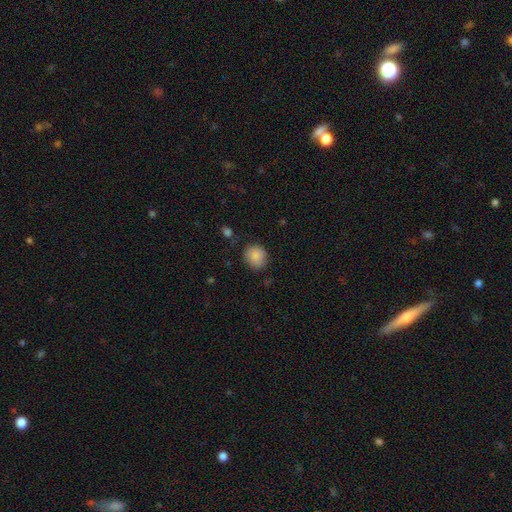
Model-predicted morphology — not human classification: This appears to be a smooth galaxy with no disk features (88%) that is round (80%). Merging: none (82%).